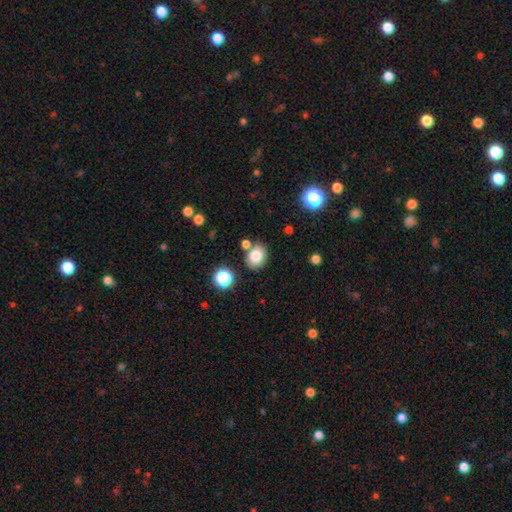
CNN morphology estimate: Smooth or featured? Predicted: smooth (p=0.81). How rounded? Predicted: in between (p=0.58). Merging? Predicted: none (p=0.73).